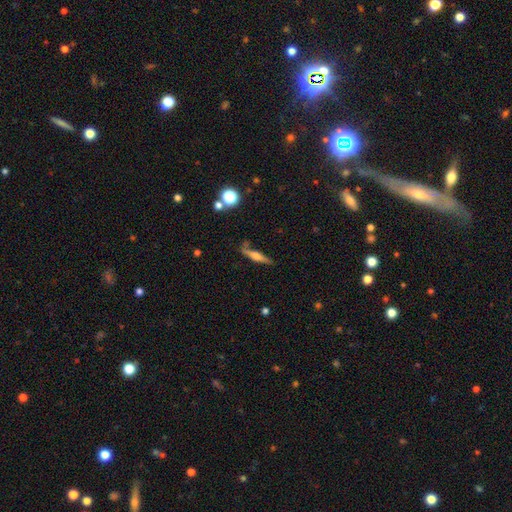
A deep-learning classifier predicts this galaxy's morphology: Q: Smooth or featured?
A: featured or disk (53%); runner-up: smooth (38%)
Q: Edge-on disk?
A: yes (93%); runner-up: no (7%)
Q: Merging?
A: none (71%); runner-up: minor disturbance (19%)